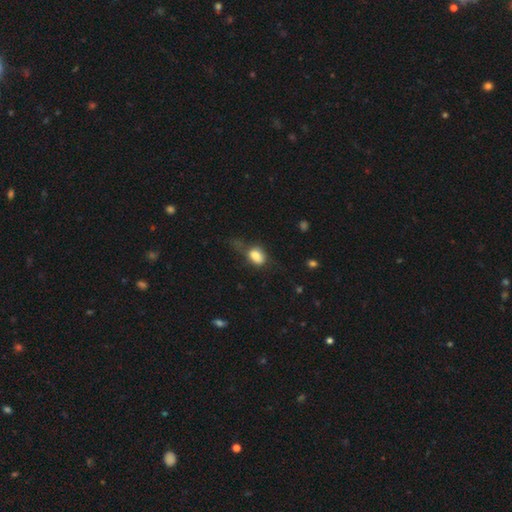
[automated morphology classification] type=smooth (80%); roundness=in between (72%); merging=none (32%).